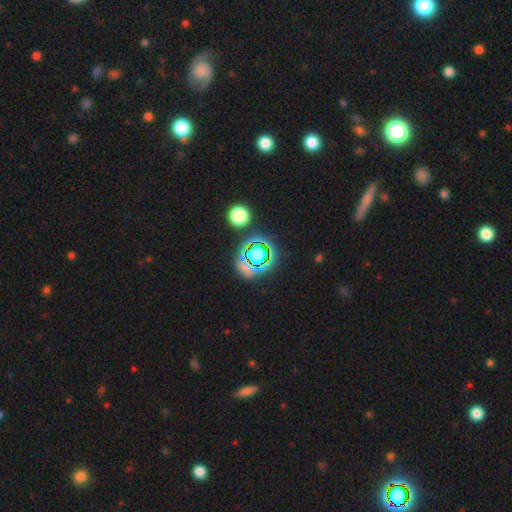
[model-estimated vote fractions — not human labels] Morphology: type=star or artifact (58%).